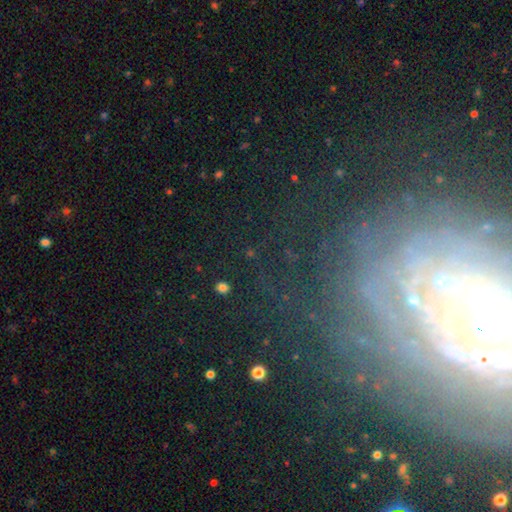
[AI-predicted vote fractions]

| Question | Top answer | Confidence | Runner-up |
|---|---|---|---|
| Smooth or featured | featured or disk | 56% | star or artifact (29%) |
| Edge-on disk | no | 90% | yes (10%) |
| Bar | no | 58% | weak (25%) |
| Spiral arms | yes | 69% | no (31%) |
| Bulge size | small | 60% | moderate (19%) |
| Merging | none | 66% | minor disturbance (15%) |